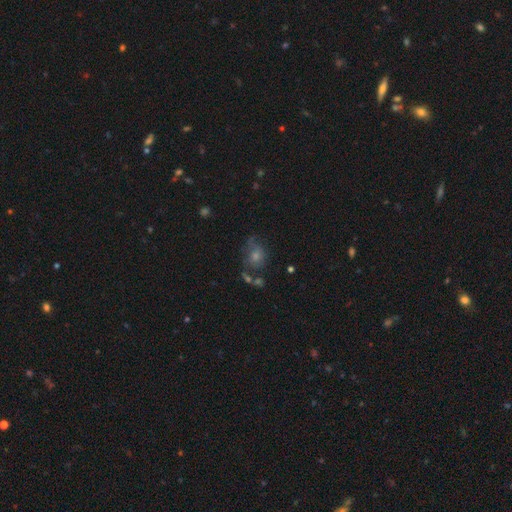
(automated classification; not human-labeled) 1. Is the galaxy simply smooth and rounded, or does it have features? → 40% smooth, 32% featured or disk, 28% star or artifact.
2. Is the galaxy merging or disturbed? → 56% none, 19% minor disturbance, 13% major disturbance, 11% merger.